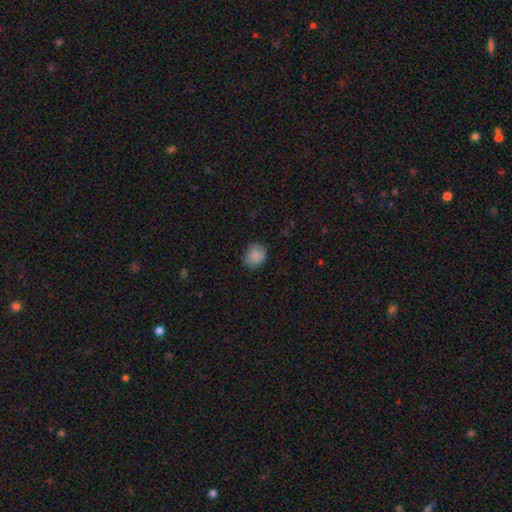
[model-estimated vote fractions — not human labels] Smooth or featured? Predicted: smooth (p=0.87). How rounded? Predicted: round (p=0.70). Merging? Predicted: none (p=0.84).